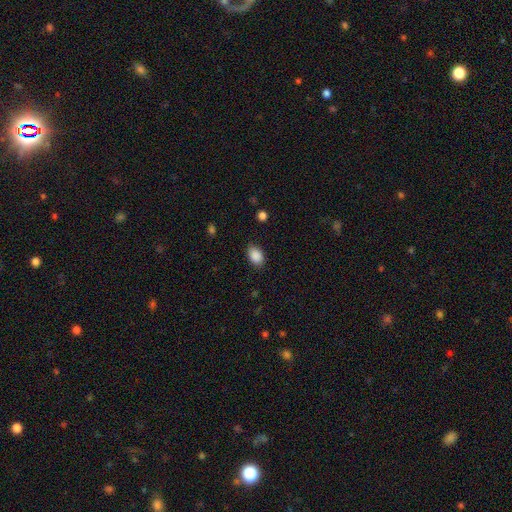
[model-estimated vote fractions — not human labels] Smooth or featured? smooth (89%)
How rounded? in between (81%)
Merging? none (81%)